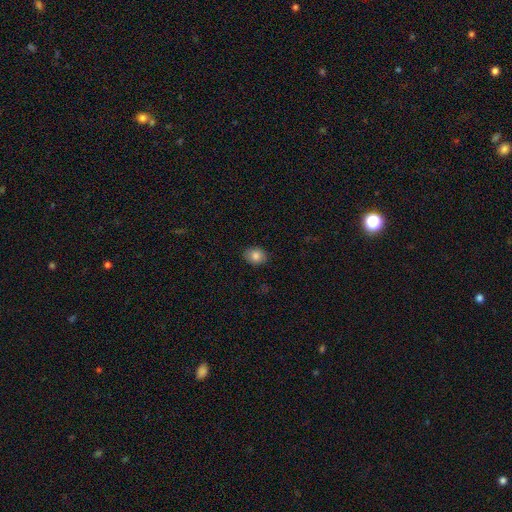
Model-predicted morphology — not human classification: smooth 84%, star or artifact 9%, featured or disk 7%. Down the decision tree: how rounded — in between (52%); merging — none (87%).